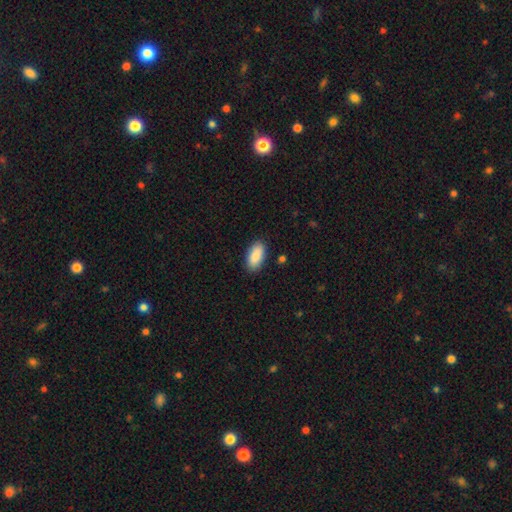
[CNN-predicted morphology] smooth-or-featured: smooth: 88% | star or artifact: 6% | featured or disk: 6%
  how-rounded: in between: 93% | cigar-shaped: 5% | round: 2%
  merging: none: 87% | minor disturbance: 10% | major disturbance: 2% | merger: 1%